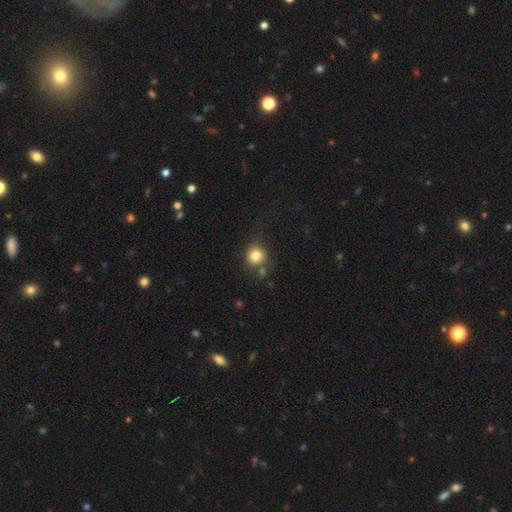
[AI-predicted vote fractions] Morphology: type=smooth (82%); roundness=round (88%); merging=none (71%).